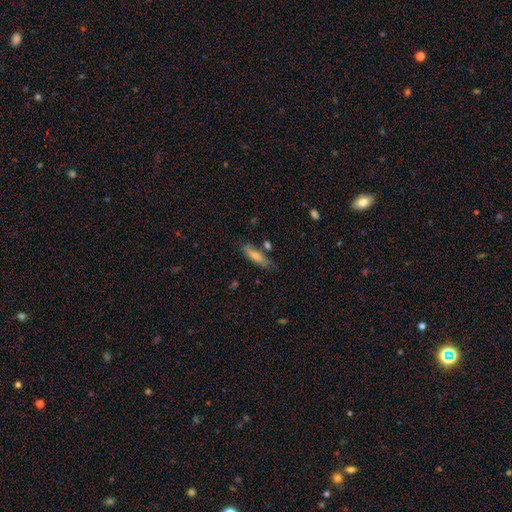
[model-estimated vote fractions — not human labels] This is likely a smooth galaxy (73%). How rounded: possibly cigar-shaped (50%). Merging: likely none (67%).